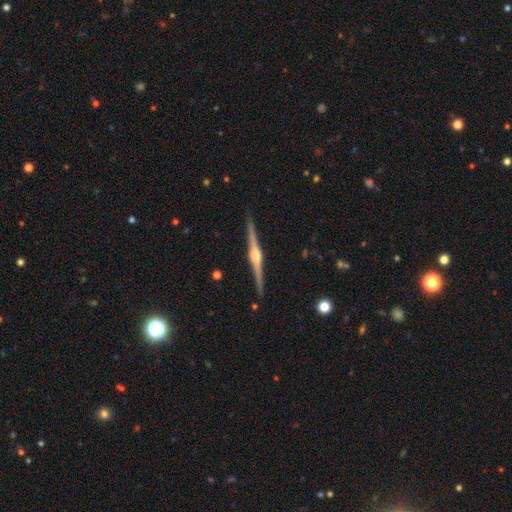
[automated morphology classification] This is clearly a featured or disk galaxy (87%). It is clearly viewed edge-on (99%). Edge-on bulge: clearly rounded (88%). Merging: clearly none (91%).